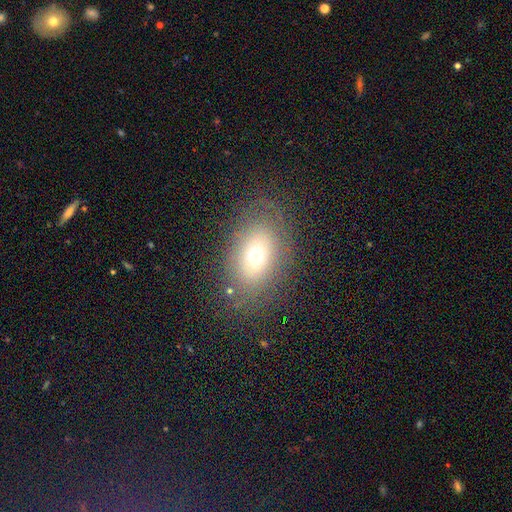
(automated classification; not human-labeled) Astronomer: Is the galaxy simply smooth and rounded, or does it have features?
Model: smooth — 64%.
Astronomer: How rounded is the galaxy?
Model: in between — 77%.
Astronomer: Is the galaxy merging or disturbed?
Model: none — 78%.